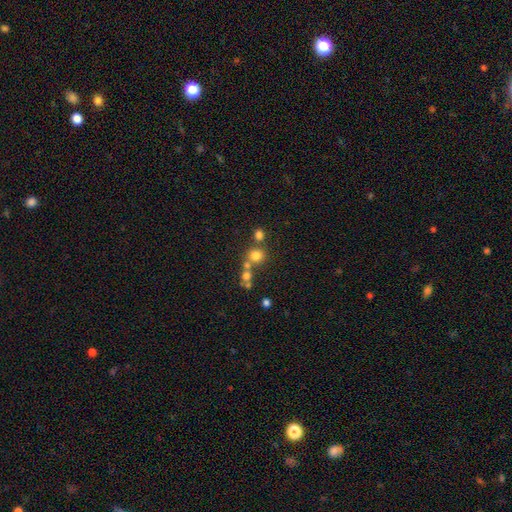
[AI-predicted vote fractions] Smooth or featured? Predicted: smooth (p=0.72). How rounded? Predicted: round (p=0.87). Merging? Predicted: none (p=0.55).